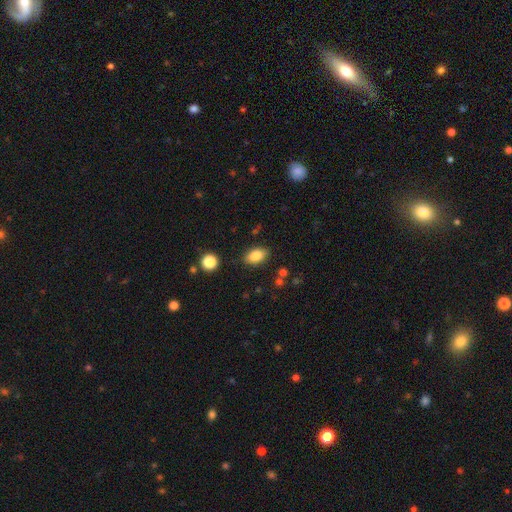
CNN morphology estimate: Overall: smooth (84%). How rounded: in between (87%). Merging: none (84%).